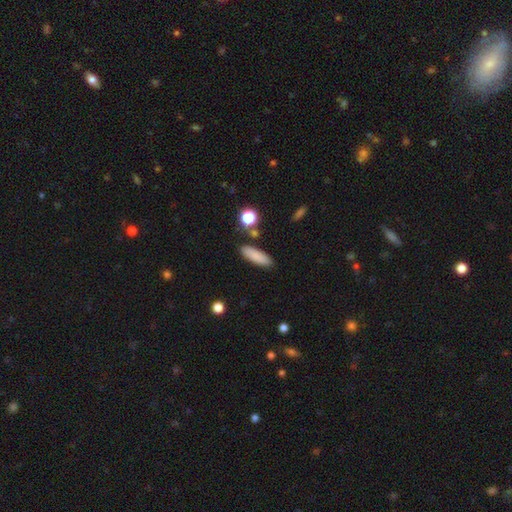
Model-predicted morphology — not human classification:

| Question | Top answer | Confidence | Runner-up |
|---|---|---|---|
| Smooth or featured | smooth | 84% | featured or disk (8%) |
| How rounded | cigar-shaped | 51% | in between (46%) |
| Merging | none | 84% | minor disturbance (10%) |